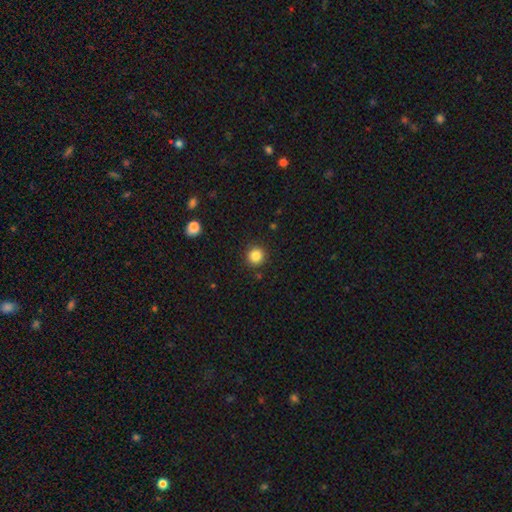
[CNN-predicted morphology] Smooth or featured? Predicted: smooth (p=0.86). How rounded? Predicted: round (p=0.94). Merging? Predicted: none (p=0.91).